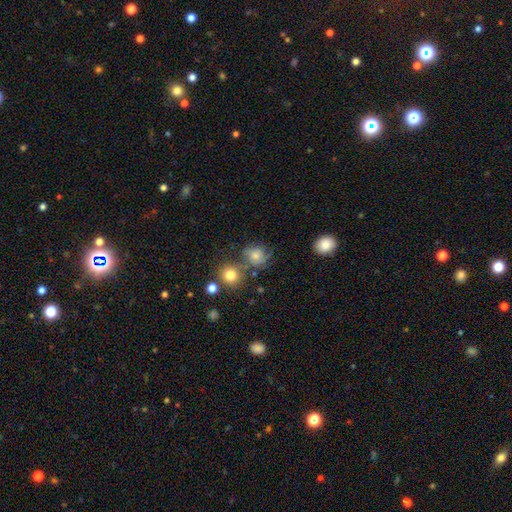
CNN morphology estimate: Smooth or featured? smooth (56%)
How rounded? round (73%)
Merging? none (52%)